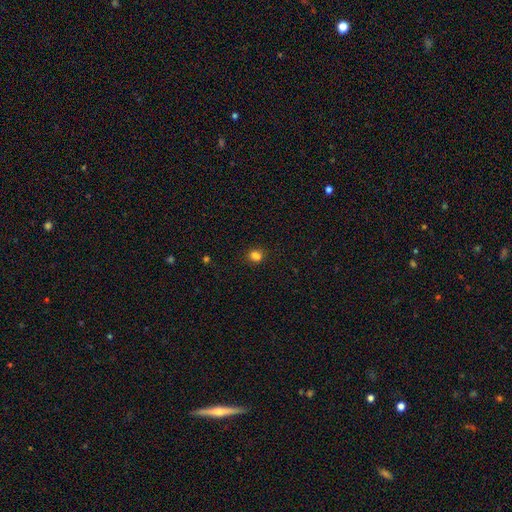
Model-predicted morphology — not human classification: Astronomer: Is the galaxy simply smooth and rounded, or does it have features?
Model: smooth — 80%.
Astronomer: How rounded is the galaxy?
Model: round — 60% (runner-up: in between, 39%).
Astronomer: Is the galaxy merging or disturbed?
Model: none — 75%.